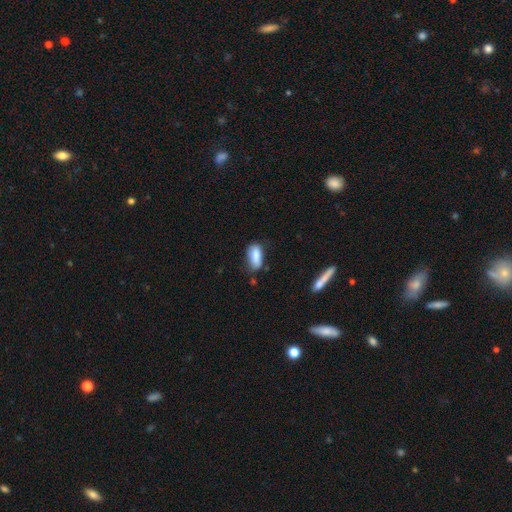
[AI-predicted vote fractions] Overall: smooth (83%). How rounded: in between (82%). Merging: none (57%; minor disturbance 31%).